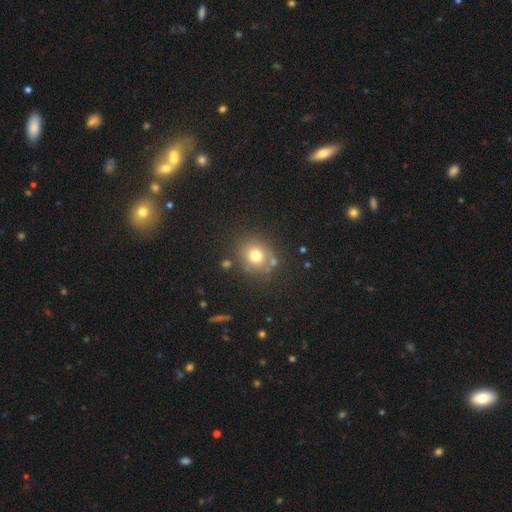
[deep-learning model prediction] Smooth or featured: smooth — 73% (star or artifact — 14%)
How rounded: round — 78% (in between — 21%)
Merging: none — 75% (minor disturbance — 12%)